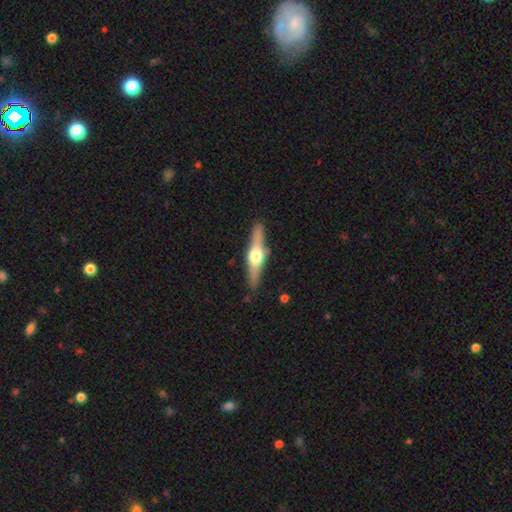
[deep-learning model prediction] Smooth or featured?
  - featured or disk: 73% *
  - smooth: 22%
  - star or artifact: 5%
Edge-on disk?
  - yes: 97% *
  - no: 3%
Edge-on bulge?
  - rounded: 94% *
  - boxy: 5%
  - none: 2%
Merging?
  - none: 87% *
  - minor disturbance: 9%
  - major disturbance: 2%
  - merger: 2%